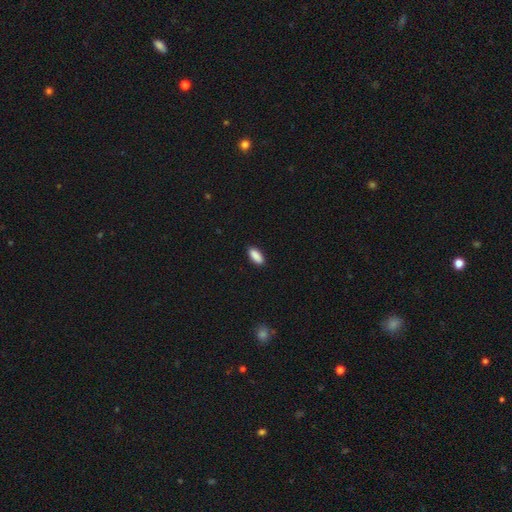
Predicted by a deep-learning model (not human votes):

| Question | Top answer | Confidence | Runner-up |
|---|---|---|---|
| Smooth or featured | smooth | 90% | star or artifact (7%) |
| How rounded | in between | 84% | cigar-shaped (14%) |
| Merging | none | 89% | minor disturbance (8%) |